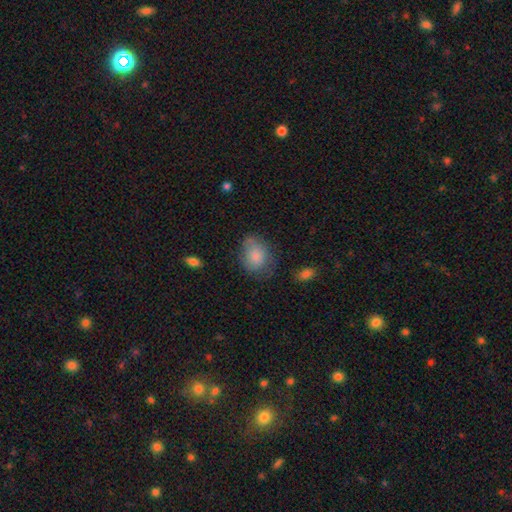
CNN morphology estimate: This appears to be a smooth galaxy with no disk features (79%) that is in between round and cigar-shaped (62%). Merging: none (57%).